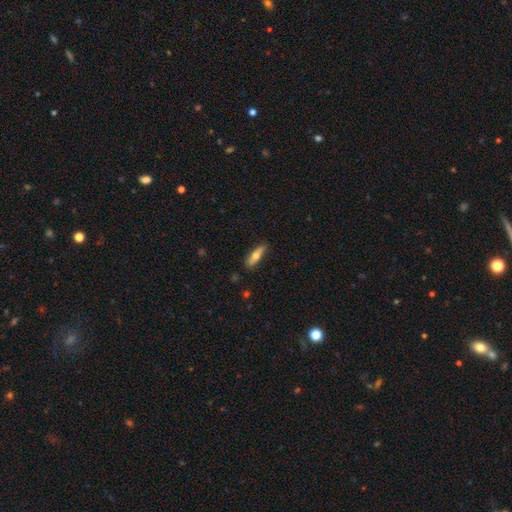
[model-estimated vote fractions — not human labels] A smooth galaxy with no disk features (61%) that is cigar-shaped (56%).

Vote fractions:
- Smooth or featured? smooth: 61% / featured or disk: 32% / star or artifact: 6%
- How rounded? cigar-shaped: 56% / in between: 41% / round: 2%
- Merging? none: 82% / minor disturbance: 14% / major disturbance: 3% / merger: 2%